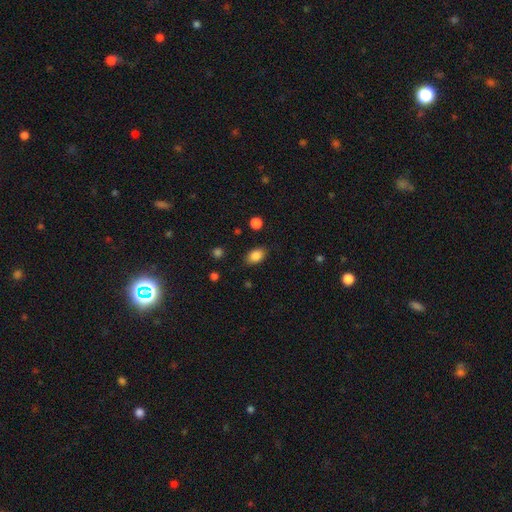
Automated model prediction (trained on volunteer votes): Smooth or featured? smooth (86%)
How rounded? in between (82%)
Merging? none (83%)